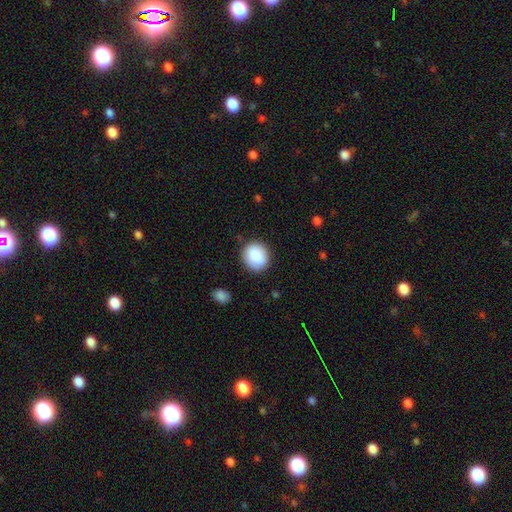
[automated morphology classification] smooth 88%, star or artifact 7%, featured or disk 5%. Down the decision tree: how rounded — round (75%); merging — none (86%).